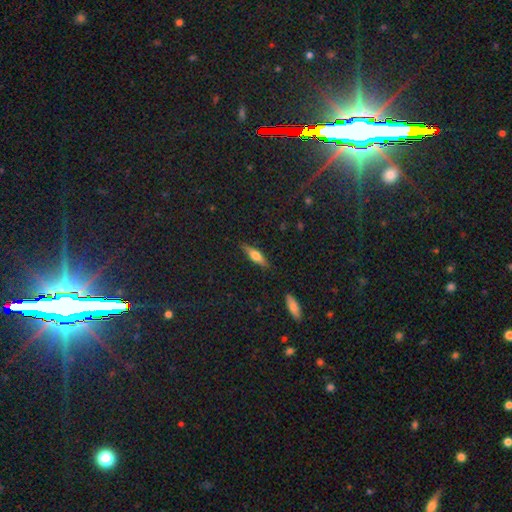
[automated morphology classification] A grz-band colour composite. It shows a smooth galaxy with no disk features (56%) that is cigar-shaped (58%). Merging: none (85%).